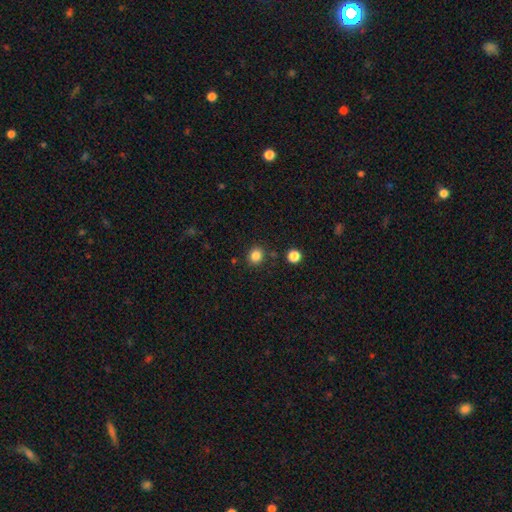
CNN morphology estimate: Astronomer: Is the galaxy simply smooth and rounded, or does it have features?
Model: smooth — 84%.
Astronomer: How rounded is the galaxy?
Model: round — 80%.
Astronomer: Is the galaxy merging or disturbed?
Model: none — 86%.